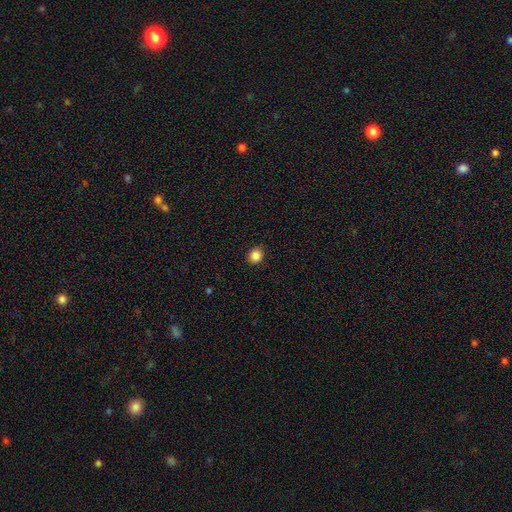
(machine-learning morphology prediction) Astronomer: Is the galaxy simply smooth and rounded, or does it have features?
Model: smooth — 86%.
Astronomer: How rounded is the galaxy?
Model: round — 77%.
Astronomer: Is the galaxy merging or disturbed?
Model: none — 91%.